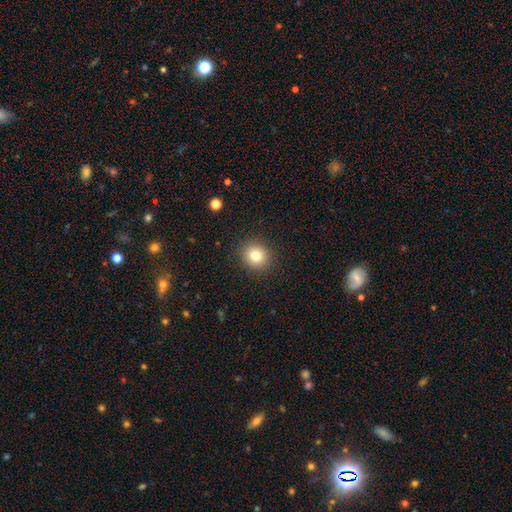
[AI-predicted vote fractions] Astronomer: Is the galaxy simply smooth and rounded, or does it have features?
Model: smooth — 79%.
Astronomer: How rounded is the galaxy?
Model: round — 85%.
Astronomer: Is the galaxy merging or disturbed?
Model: none — 90%.